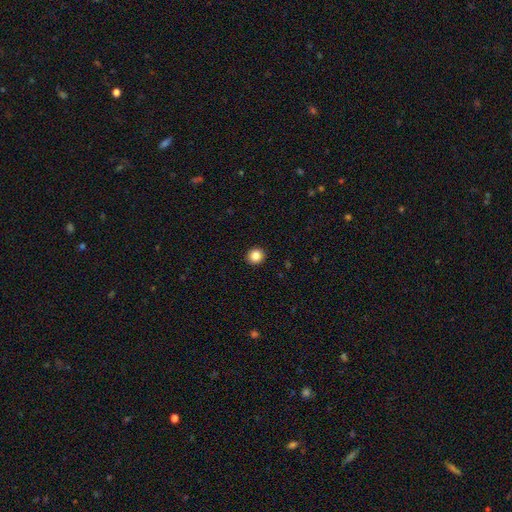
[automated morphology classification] Smooth or featured?
  - smooth: 85% *
  - star or artifact: 10%
  - featured or disk: 5%
How rounded?
  - round: 91% *
  - in between: 8%
  - cigar-shaped: 1%
Merging?
  - none: 93% *
  - minor disturbance: 4%
  - major disturbance: 1%
  - merger: 1%